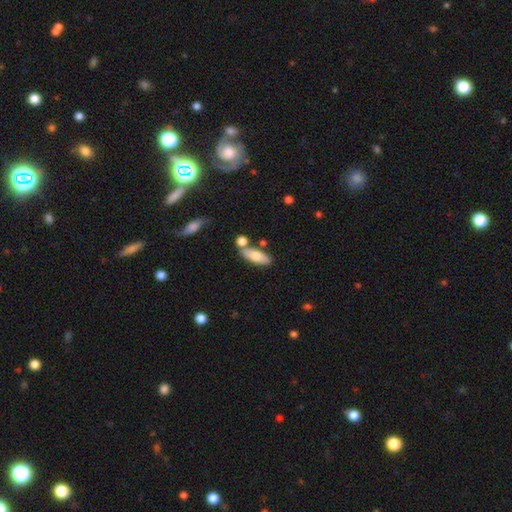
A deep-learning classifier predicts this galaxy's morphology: Smooth or featured? Predicted: smooth (p=0.76). How rounded? Predicted: in between (p=0.68). Merging? Predicted: none (p=0.64).